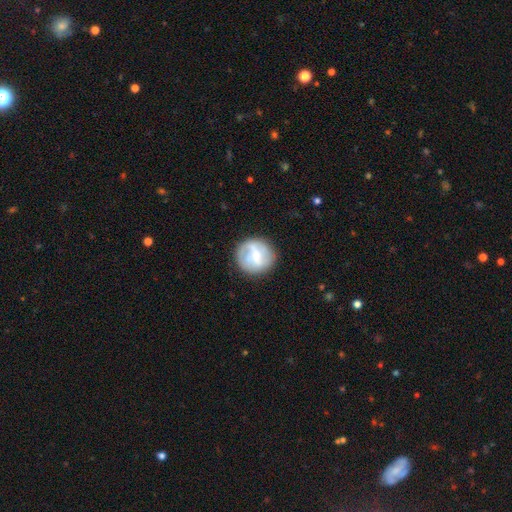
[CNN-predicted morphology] The model was most divided on "smooth or featured": featured or disk: 49%, smooth: 44%, star or artifact: 7%. More confident: merging — none (78%).